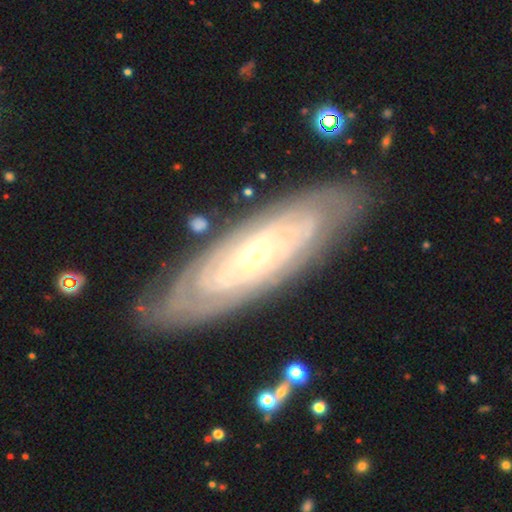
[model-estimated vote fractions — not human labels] Smooth or featured?
  - featured or disk: 84% *
  - smooth: 11%
  - star or artifact: 5%
Edge-on disk?
  - no: 85% *
  - yes: 15%
Bar?
  - no: 68% *
  - weak: 23%
  - strong: 9%
Spiral arms?
  - yes: 91% *
  - no: 9%
Spiral winding?
  - tight: 82% *
  - medium: 14%
  - loose: 3%
Spiral arm count?
  - can't tell: 54% *
  - 2: 14%
  - 4: 10%
  - 3: 9%
  - more than 4: 8%
  - 1: 5%
Bulge size?
  - small: 76% *
  - moderate: 21%
  - large: 1%
  - none: 1%
  - dominant: 1%
Merging?
  - none: 82% *
  - minor disturbance: 13%
  - major disturbance: 3%
  - merger: 2%